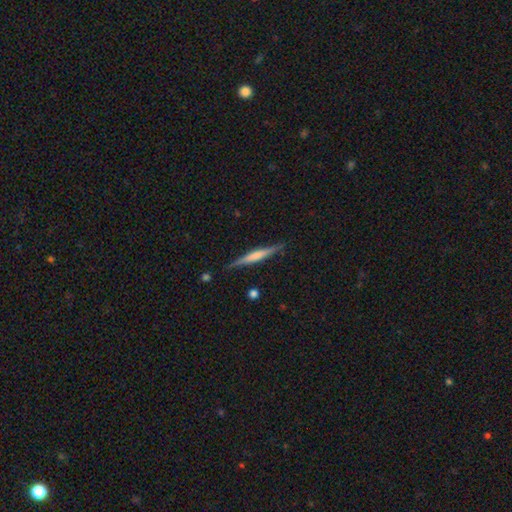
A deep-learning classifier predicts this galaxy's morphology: Smooth or featured? Predicted: featured or disk (p=0.54). Edge-on disk? Predicted: yes (p=0.97). Edge-on bulge? Predicted: none (p=0.43). Merging? Predicted: none (p=0.87).